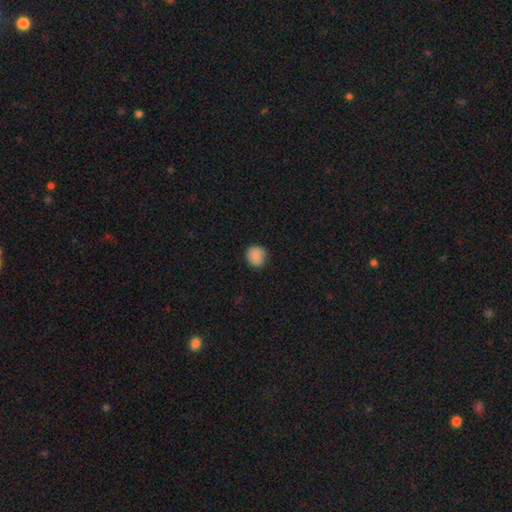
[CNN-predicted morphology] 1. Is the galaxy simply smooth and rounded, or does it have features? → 86% smooth, 8% star or artifact, 7% featured or disk.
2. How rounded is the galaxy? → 88% round, 11% in between, 1% cigar-shaped.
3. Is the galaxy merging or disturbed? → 82% none, 15% minor disturbance, 3% major disturbance, 1% merger.